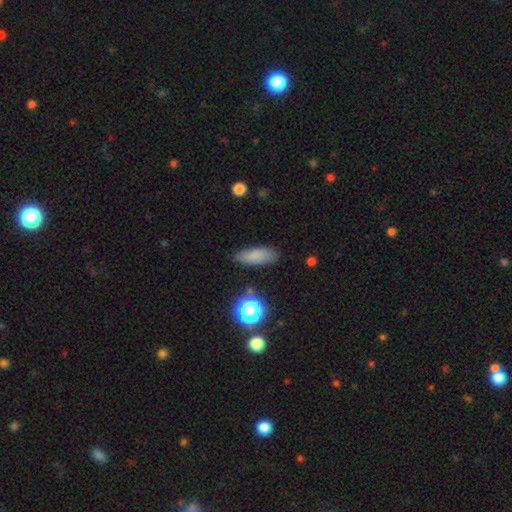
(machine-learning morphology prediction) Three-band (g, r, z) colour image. It shows a smooth galaxy with no disk features (80%) that is in between round and cigar-shaped (64%). Merging: none (80%).